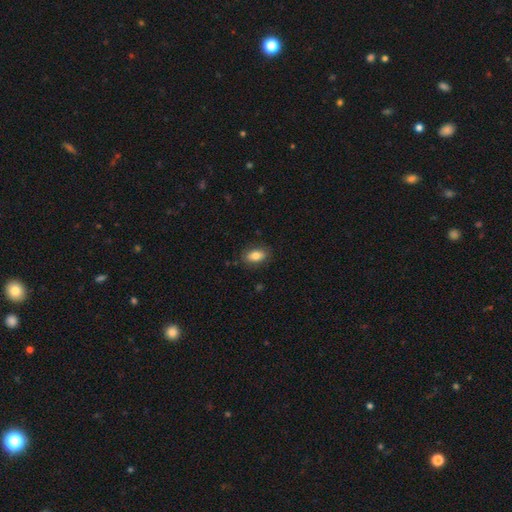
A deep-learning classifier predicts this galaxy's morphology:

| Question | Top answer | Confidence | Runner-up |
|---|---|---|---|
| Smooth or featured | smooth | 83% | featured or disk (10%) |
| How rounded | in between | 89% | round (7%) |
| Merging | none | 84% | minor disturbance (12%) |